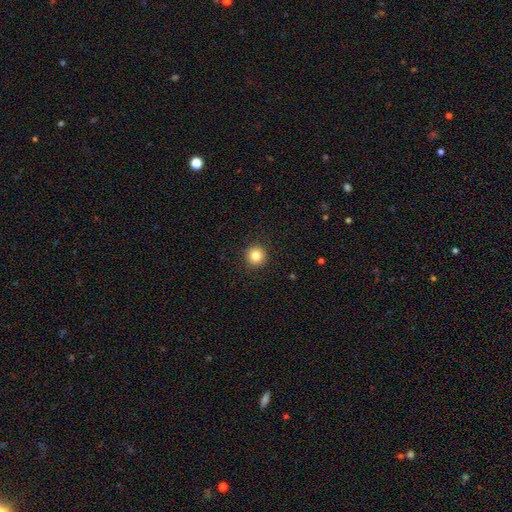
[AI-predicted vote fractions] Q: Smooth or featured?
A: smooth (83%); runner-up: star or artifact (10%)
Q: How rounded?
A: round (95%); runner-up: in between (4%)
Q: Merging?
A: none (92%); runner-up: minor disturbance (5%)